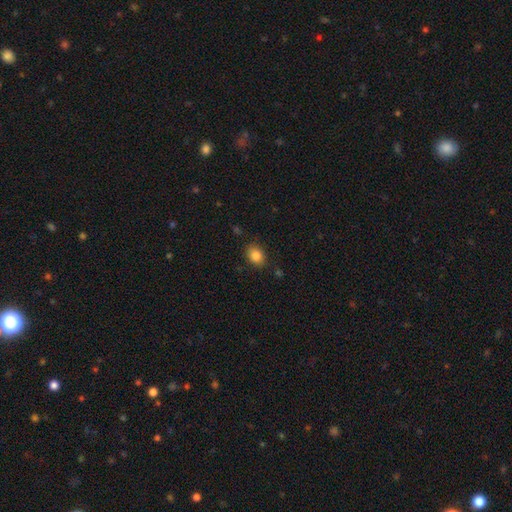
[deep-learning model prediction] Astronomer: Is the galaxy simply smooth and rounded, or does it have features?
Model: smooth — 86%.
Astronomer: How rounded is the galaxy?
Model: in between — 65%.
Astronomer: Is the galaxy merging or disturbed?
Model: none — 83%.